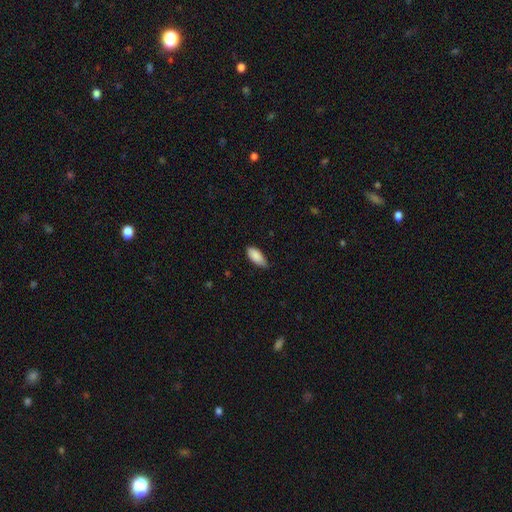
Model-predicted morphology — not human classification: Overall: smooth (88%). How rounded: in between (88%). Merging: none (72%).